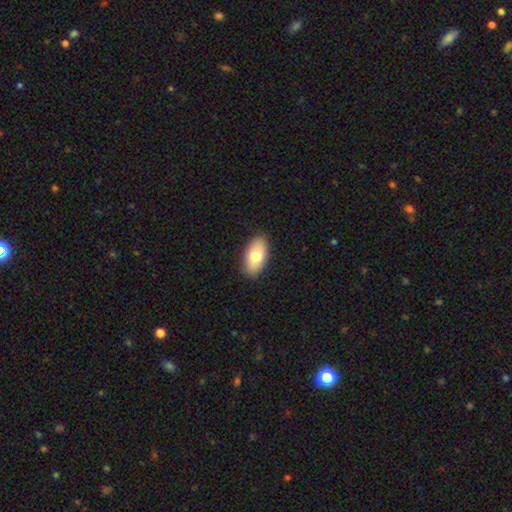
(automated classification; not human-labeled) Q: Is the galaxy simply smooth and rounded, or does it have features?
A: smooth — 75%.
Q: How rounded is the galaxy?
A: in between — 94%.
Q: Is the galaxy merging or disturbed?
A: none — 88%.